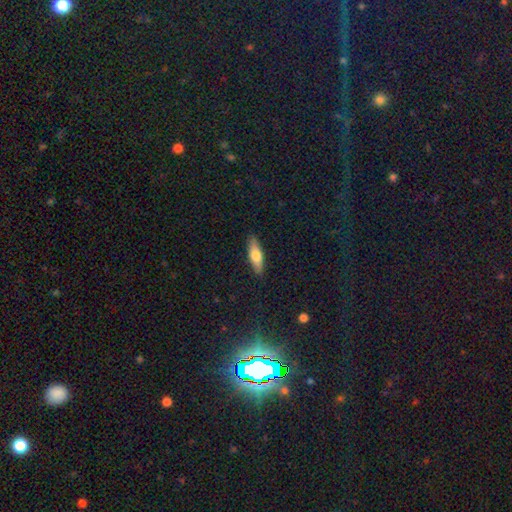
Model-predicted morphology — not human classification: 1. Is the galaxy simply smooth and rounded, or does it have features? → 65% smooth, 28% featured or disk, 6% star or artifact.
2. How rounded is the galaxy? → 56% cigar-shaped, 42% in between, 2% round.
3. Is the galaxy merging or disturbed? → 89% none, 8% minor disturbance, 2% major disturbance, 1% merger.